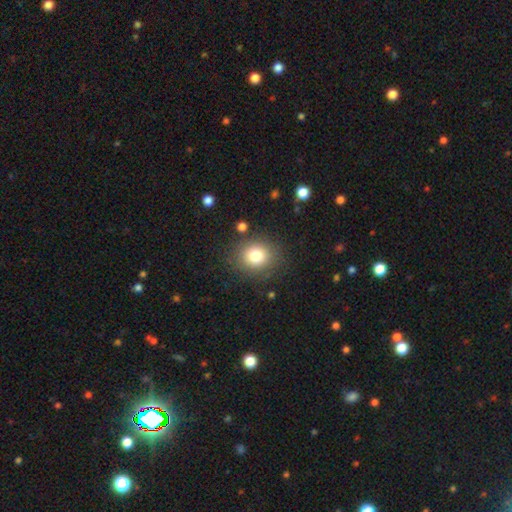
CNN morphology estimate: A smooth galaxy with no disk features (79%) that is round (76%).

Vote fractions:
- Smooth or featured? smooth: 79% / star or artifact: 12% / featured or disk: 9%
- How rounded? round: 76% / in between: 23% / cigar-shaped: 1%
- Merging? none: 85% / minor disturbance: 9% / major disturbance: 4% / merger: 2%